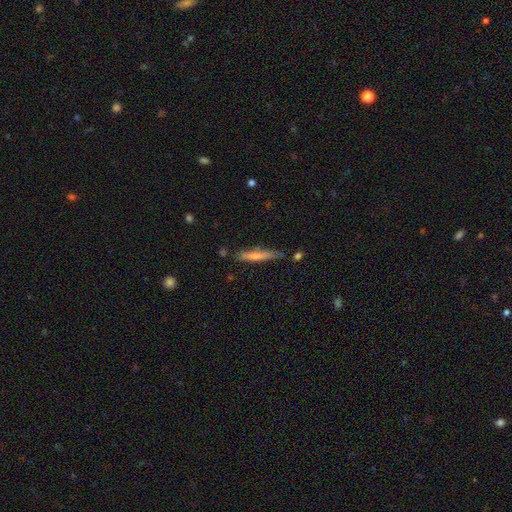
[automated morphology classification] Smooth or featured? smooth (68%)
How rounded? cigar-shaped (94%)
Merging? none (73%)